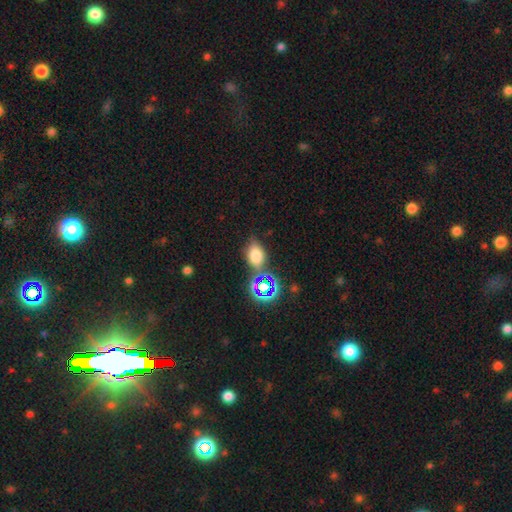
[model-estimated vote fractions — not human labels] Morphology: type=smooth (65%); roundness=in between (75%); merging=none (64%).